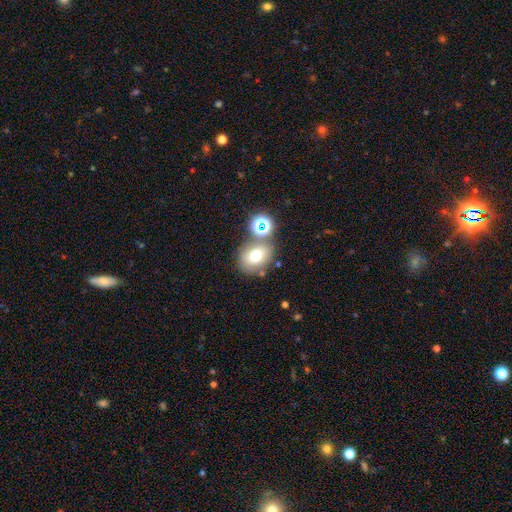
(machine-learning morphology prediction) The model was most divided on "how rounded": round: 52%, in between: 47%, cigar-shaped: 1%. More confident: smooth or featured — smooth (67%); merging — none (67%).